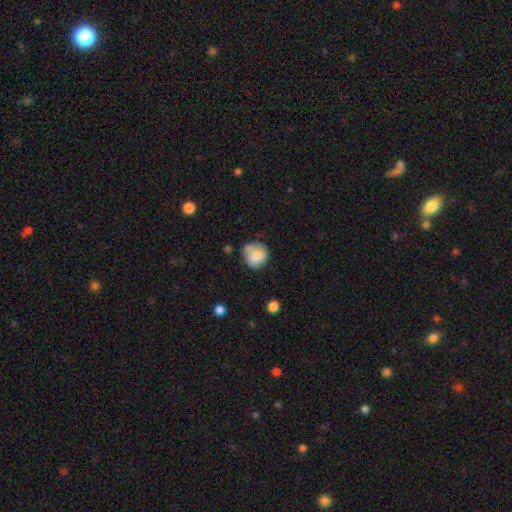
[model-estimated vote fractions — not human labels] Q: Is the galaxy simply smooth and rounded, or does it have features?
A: smooth — 76%.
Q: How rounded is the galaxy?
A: round — 74%.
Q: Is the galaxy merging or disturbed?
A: none — 45%.